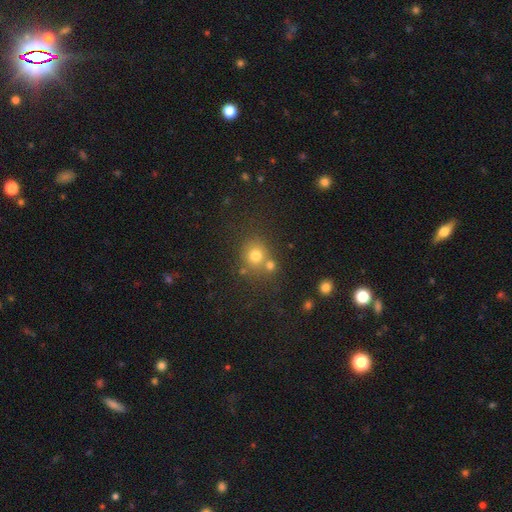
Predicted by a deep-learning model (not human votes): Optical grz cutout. It shows a smooth galaxy with no disk features (75%) that is round (82%). Merging: none (59%).